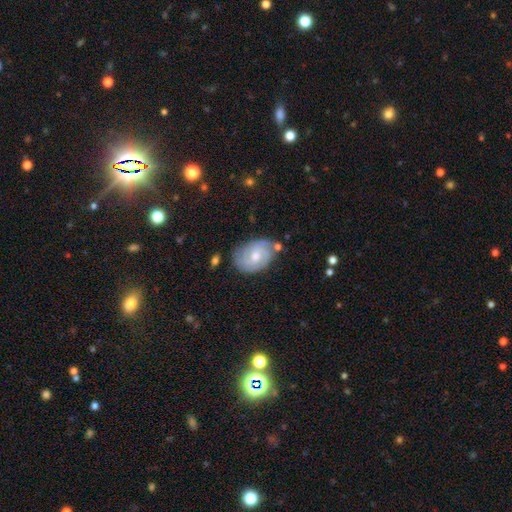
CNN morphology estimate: Overall: featured or disk (73%). Edge-on disk: no (97%). Bar: no (62%; weak 34%). Spiral arms: yes (91%). Spiral arm count: 2 (34%; can't tell 29%). Spiral winding: tight (61%; medium 31%). Bulge size: moderate (66%; small 27%). Merging: none (69%).